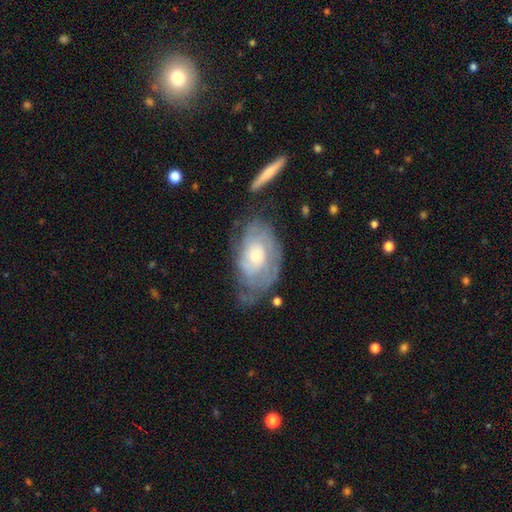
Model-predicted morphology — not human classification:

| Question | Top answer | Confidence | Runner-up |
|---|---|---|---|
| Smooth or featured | featured or disk | 76% | smooth (18%) |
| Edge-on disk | no | 95% | yes (5%) |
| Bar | no | 77% | weak (20%) |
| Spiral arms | yes | 86% | no (14%) |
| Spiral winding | tight | 65% | medium (26%) |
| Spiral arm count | can't tell | 53% | 2 (23%) |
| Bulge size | moderate | 51% | small (39%) |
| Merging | none | 54% | minor disturbance (27%) |